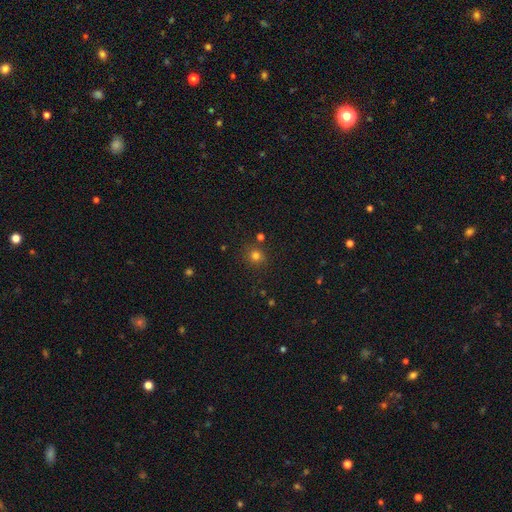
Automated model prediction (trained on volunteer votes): A smooth galaxy with no disk features (77%) that is round (87%).

Vote fractions:
- Smooth or featured? smooth: 77% / star or artifact: 17% / featured or disk: 6%
- How rounded? round: 87% / in between: 12% / cigar-shaped: 1%
- Merging? none: 83% / minor disturbance: 9% / merger: 5% / major disturbance: 3%